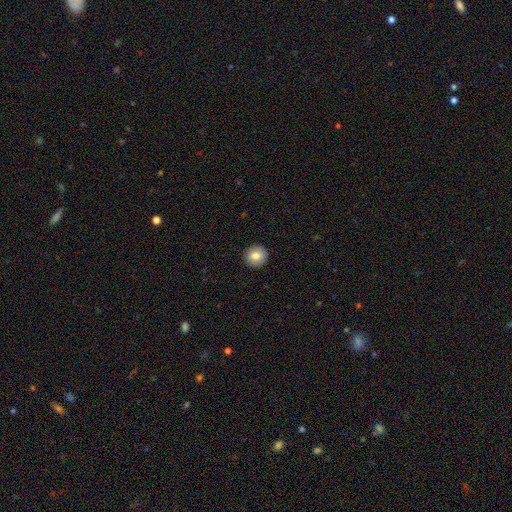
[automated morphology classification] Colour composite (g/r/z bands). It shows a smooth galaxy with no disk features (81%) that is round (94%). Merging: none (93%).